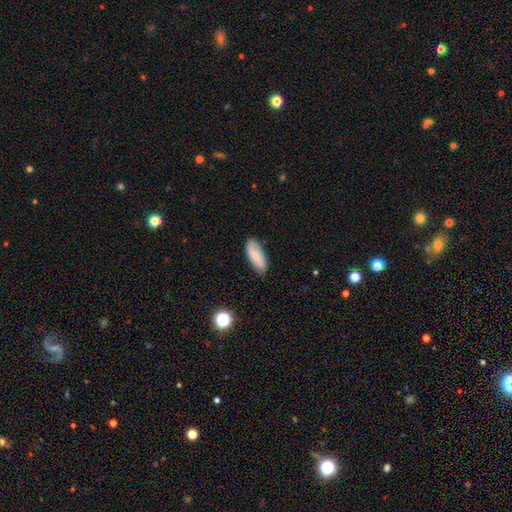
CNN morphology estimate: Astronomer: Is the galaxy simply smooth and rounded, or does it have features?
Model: smooth — 73%.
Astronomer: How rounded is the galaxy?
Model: in between — 75%.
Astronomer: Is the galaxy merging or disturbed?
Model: none — 82%.